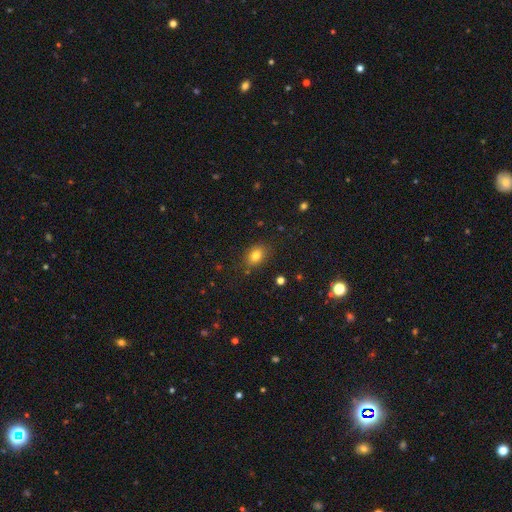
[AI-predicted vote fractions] smooth-or-featured: smooth: 80% | star or artifact: 12% | featured or disk: 8%
  how-rounded: in between: 72% | round: 26% | cigar-shaped: 1%
  merging: none: 82% | minor disturbance: 13% | major disturbance: 3% | merger: 2%